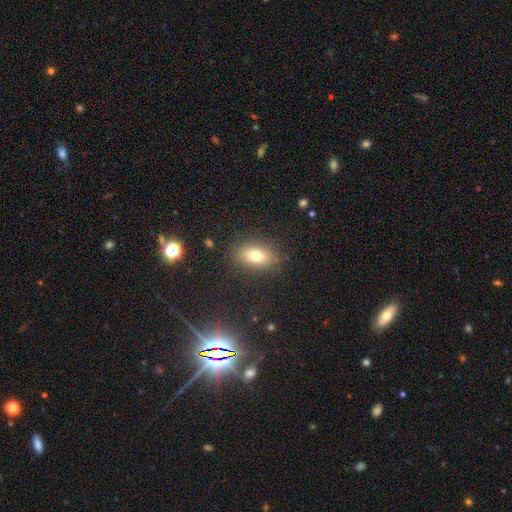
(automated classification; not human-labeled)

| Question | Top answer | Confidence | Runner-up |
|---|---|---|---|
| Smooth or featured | smooth | 76% | featured or disk (14%) |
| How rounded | in between | 85% | round (12%) |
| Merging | none | 85% | minor disturbance (10%) |